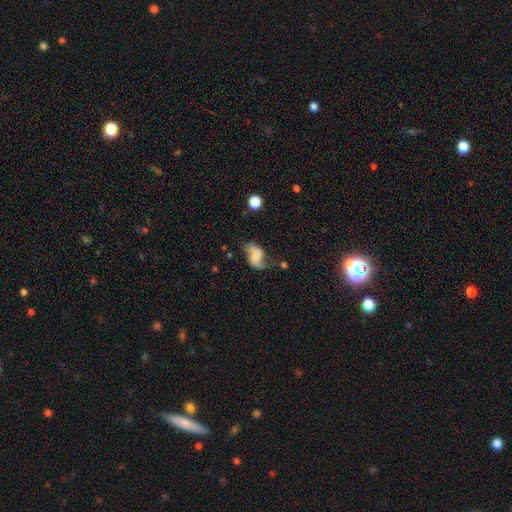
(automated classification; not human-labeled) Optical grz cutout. It shows a smooth galaxy with no disk features (47%). Merging: none (38%).